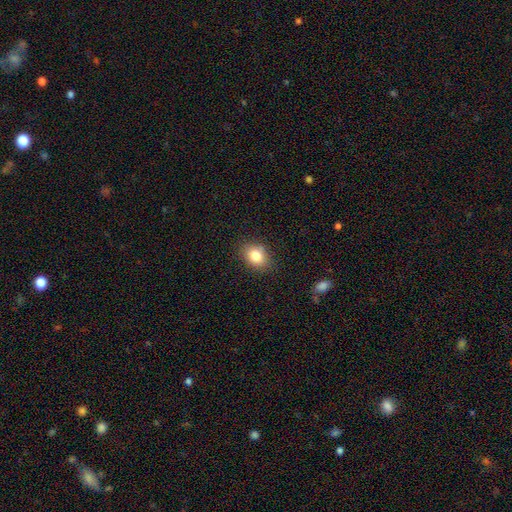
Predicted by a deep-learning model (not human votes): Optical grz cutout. It shows a smooth galaxy with no disk features (82%) that is in between round and cigar-shaped (65%). Merging: none (82%).